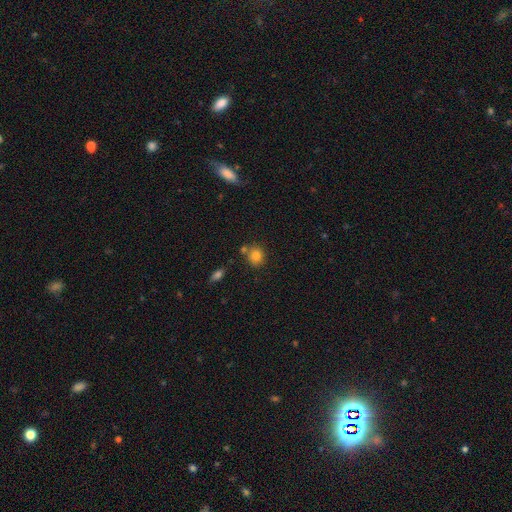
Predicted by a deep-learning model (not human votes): smooth 82%, star or artifact 11%, featured or disk 7%. Down the decision tree: how rounded — round (80%); merging — none (70%).